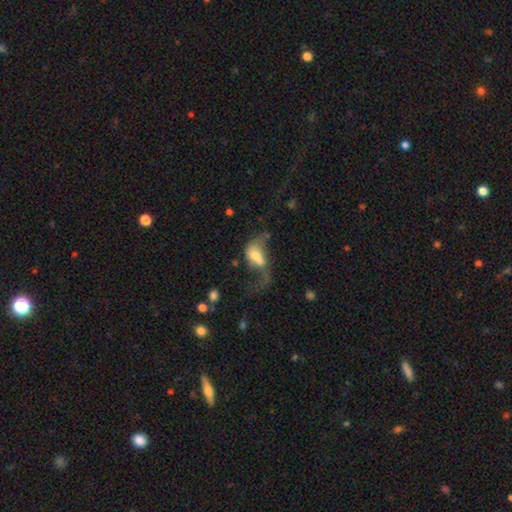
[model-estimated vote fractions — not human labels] smooth-or-featured: smooth: 46% | featured or disk: 44% | star or artifact: 9%
  merging: merger: 52% | major disturbance: 28% | none: 12% | minor disturbance: 8%